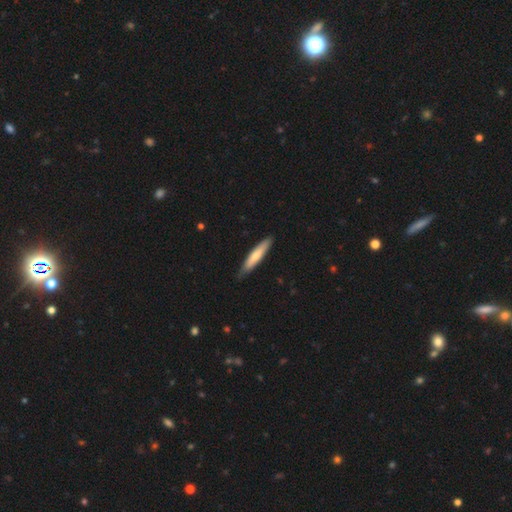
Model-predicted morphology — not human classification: Smooth or featured? smooth (69%)
How rounded? cigar-shaped (87%)
Merging? none (81%)